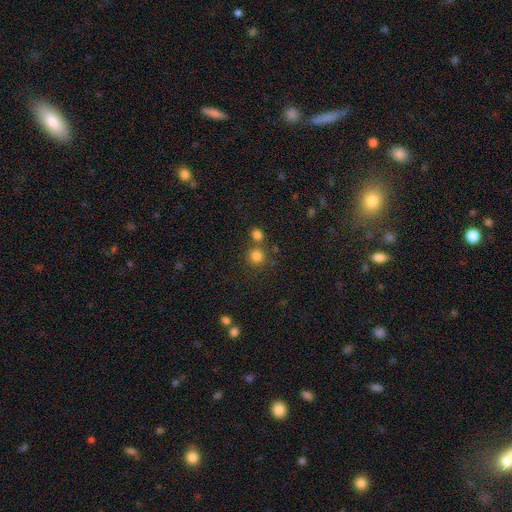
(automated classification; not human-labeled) smooth_or_featured: smooth (p=0.80) [alt: star or artifact p=0.14]
how_rounded: round (p=0.91) [alt: in between p=0.08]
merging: none (p=0.68) [alt: merger p=0.22]